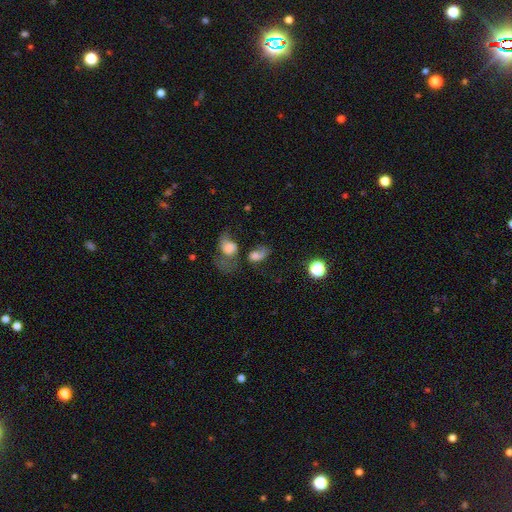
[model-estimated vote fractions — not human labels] Overall: smooth (58%; featured or disk 26%). How rounded: in between (70%). Merging: major disturbance (28%, tied with merger).